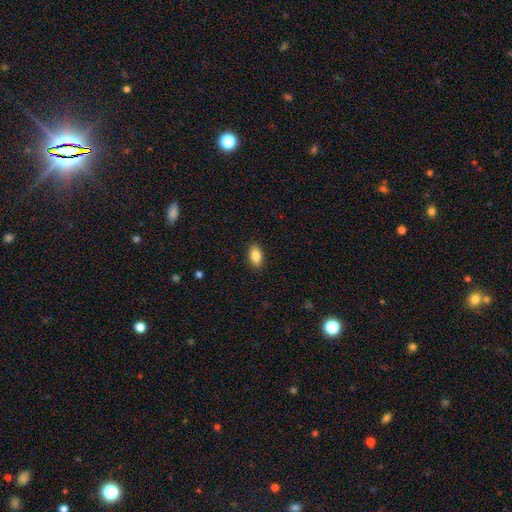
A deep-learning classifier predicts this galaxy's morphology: smooth-or-featured: smooth: 87% | star or artifact: 8% | featured or disk: 5%
  how-rounded: in between: 91% | round: 6% | cigar-shaped: 3%
  merging: none: 89% | minor disturbance: 8% | major disturbance: 2% | merger: 1%